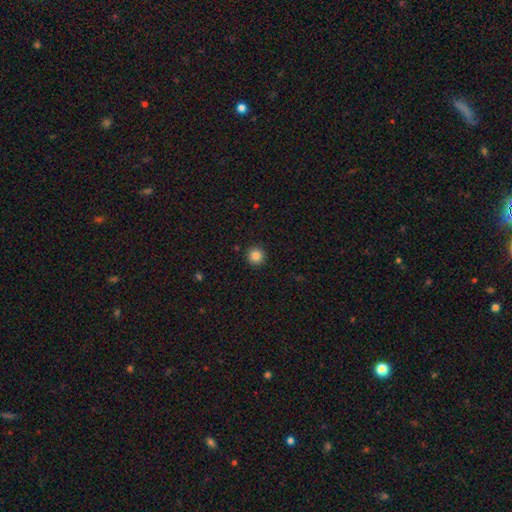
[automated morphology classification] smooth 84%, star or artifact 11%, featured or disk 5%. Down the decision tree: how rounded — round (95%); merging — none (92%).